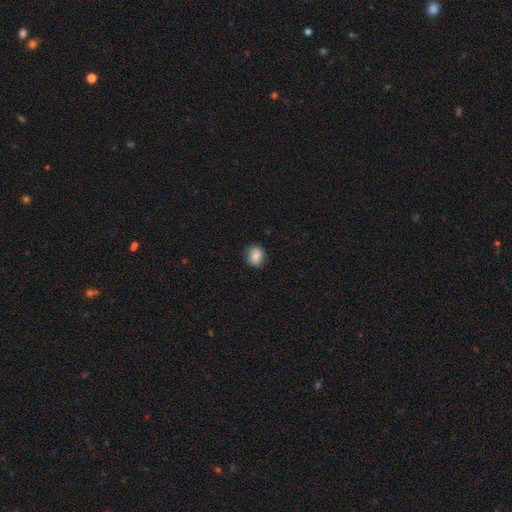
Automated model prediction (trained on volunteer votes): smooth-or-featured: smooth: 85% | star or artifact: 9% | featured or disk: 6%
  how-rounded: round: 69% | in between: 30% | cigar-shaped: 1%
  merging: none: 84% | minor disturbance: 12% | major disturbance: 3% | merger: 1%